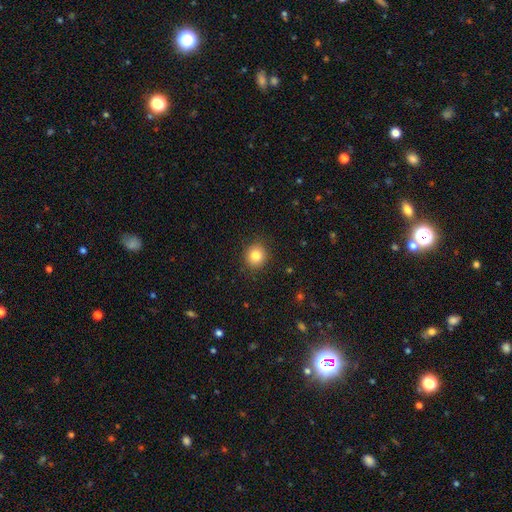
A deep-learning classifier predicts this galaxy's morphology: Smooth or featured? Predicted: smooth (p=0.82). How rounded? Predicted: round (p=0.85). Merging? Predicted: none (p=0.90).